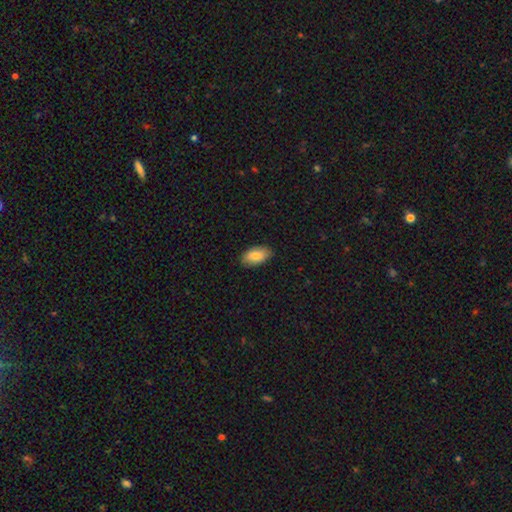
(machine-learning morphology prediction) Overall: smooth (83%). How rounded: in between (94%). Merging: none (86%).